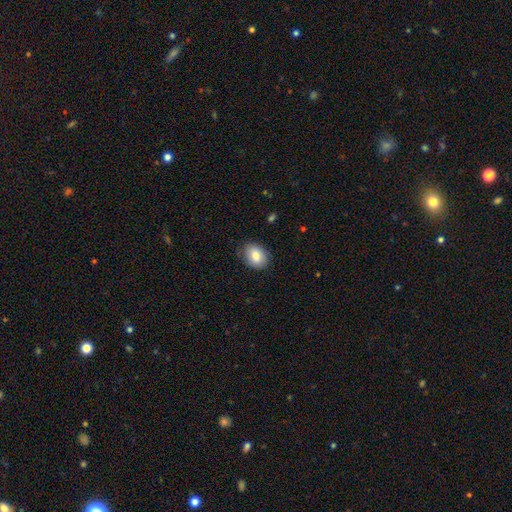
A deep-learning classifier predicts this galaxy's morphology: Q: Smooth or featured?
A: smooth (80%); runner-up: featured or disk (12%)
Q: How rounded?
A: in between (75%); runner-up: round (24%)
Q: Merging?
A: none (83%); runner-up: minor disturbance (13%)